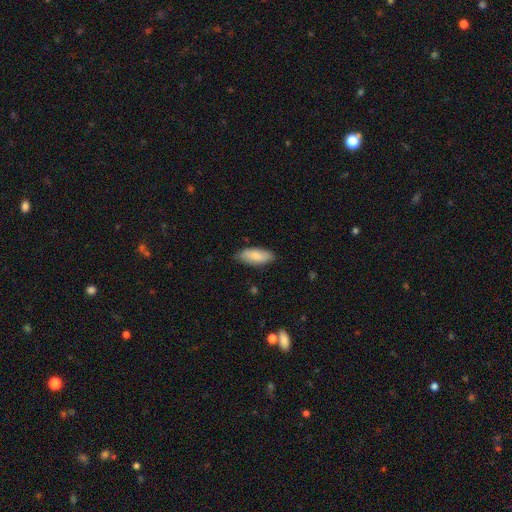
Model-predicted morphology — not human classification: Q: Smooth or featured?
A: smooth (80%); runner-up: featured or disk (14%)
Q: How rounded?
A: in between (83%); runner-up: cigar-shaped (16%)
Q: Merging?
A: none (80%); runner-up: minor disturbance (17%)